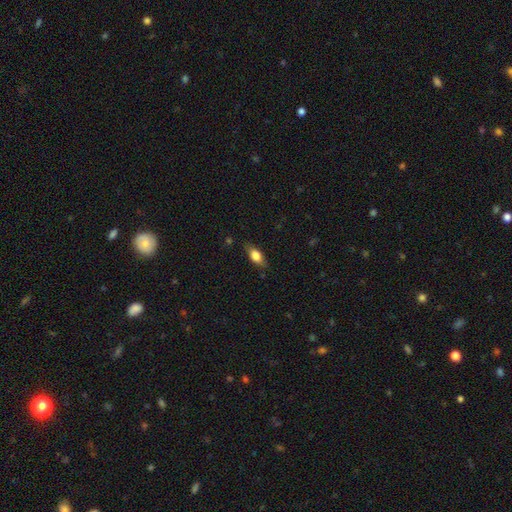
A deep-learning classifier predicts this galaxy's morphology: The model was most divided on "smooth or featured": smooth: 73%, featured or disk: 19%, star or artifact: 7%. More confident: how rounded — in between (80%); merging — none (79%).